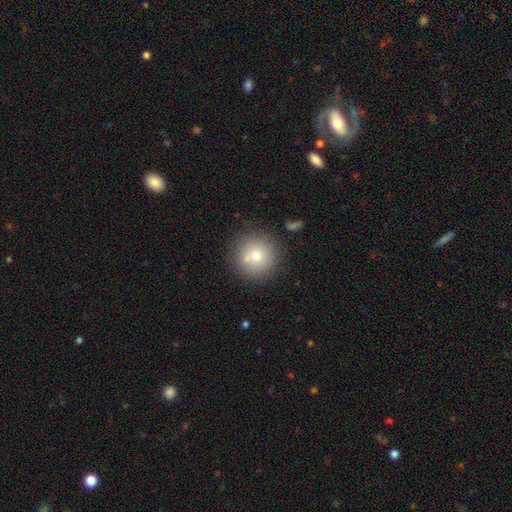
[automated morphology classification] Smooth or featured? smooth (71%)
How rounded? round (96%)
Merging? none (77%)